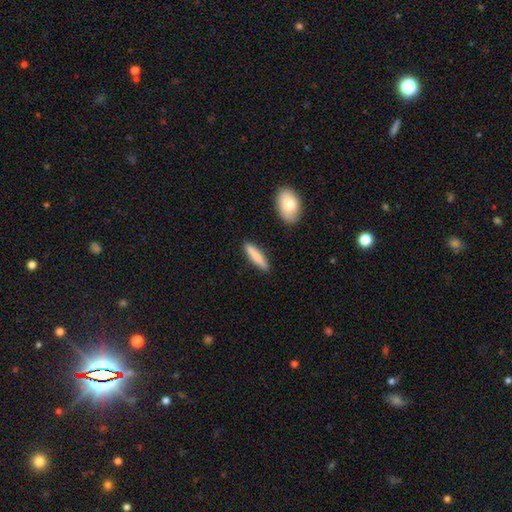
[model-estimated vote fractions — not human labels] Q: Smooth or featured?
A: smooth (80%); runner-up: featured or disk (14%)
Q: How rounded?
A: cigar-shaped (81%); runner-up: in between (17%)
Q: Merging?
A: none (87%); runner-up: minor disturbance (9%)